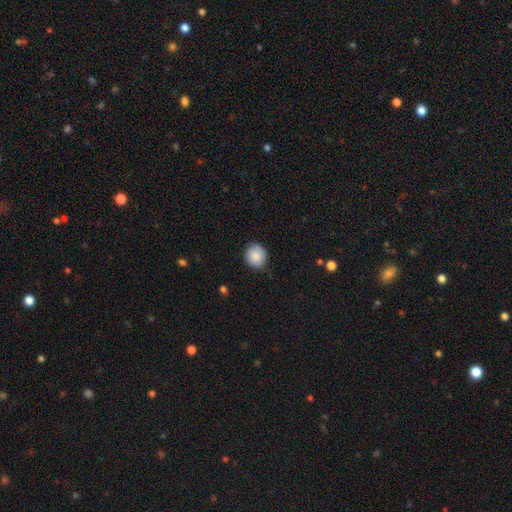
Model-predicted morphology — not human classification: Smooth or featured: smooth — 87% (star or artifact — 7%)
How rounded: round — 80% (in between — 19%)
Merging: none — 84% (minor disturbance — 12%)